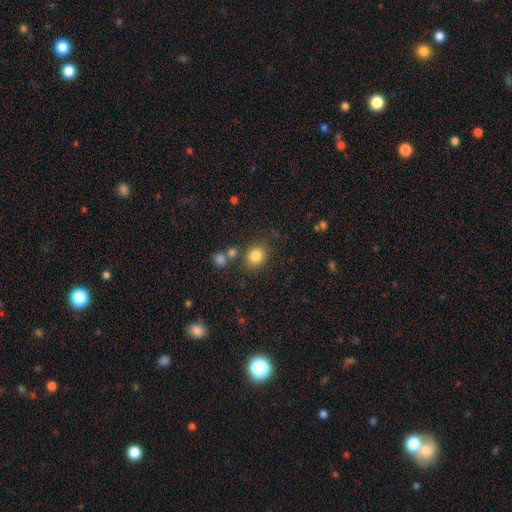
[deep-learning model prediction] Smooth or featured?
  - smooth: 83% *
  - star or artifact: 11%
  - featured or disk: 6%
How rounded?
  - round: 62% *
  - in between: 37%
  - cigar-shaped: 1%
Merging?
  - none: 75% *
  - minor disturbance: 12%
  - merger: 9%
  - major disturbance: 4%